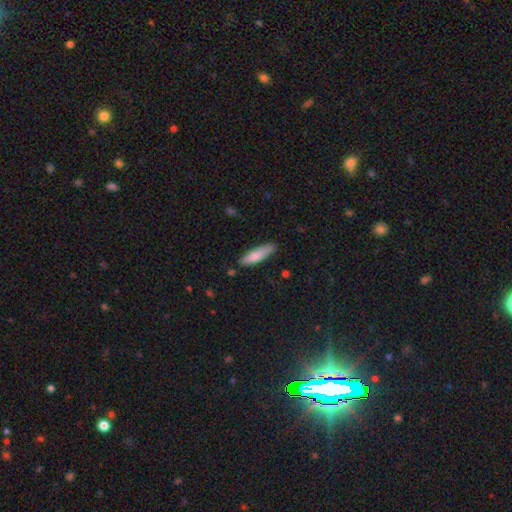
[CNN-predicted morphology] Smooth or featured? smooth (77%)
How rounded? cigar-shaped (65%)
Merging? none (81%)